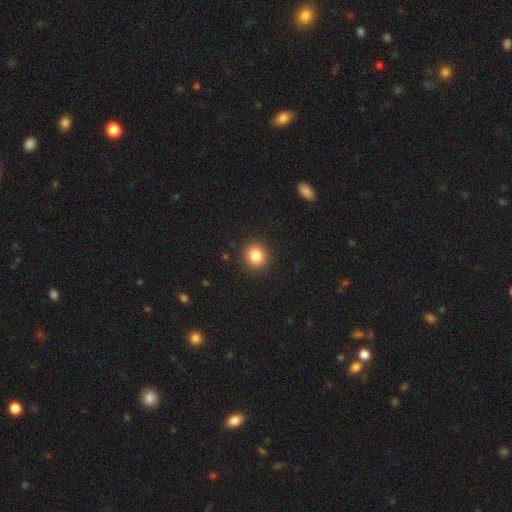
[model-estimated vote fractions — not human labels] Smooth or featured: smooth — 84% (star or artifact — 11%)
How rounded: round — 86% (in between — 13%)
Merging: none — 91% (minor disturbance — 6%)